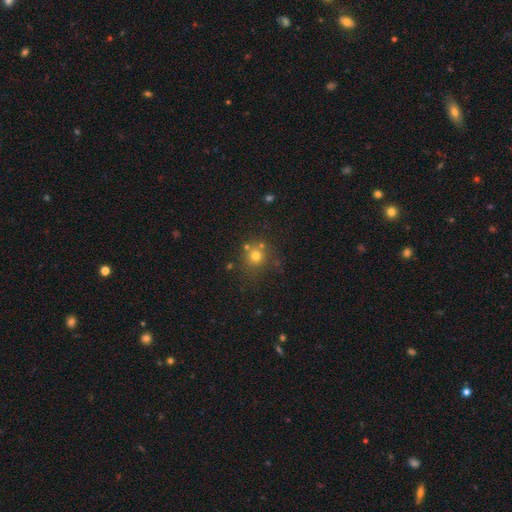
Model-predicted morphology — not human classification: Smooth or featured: smooth — 71% (star or artifact — 19%)
How rounded: round — 90% (in between — 9%)
Merging: none — 71% (merger — 14%)